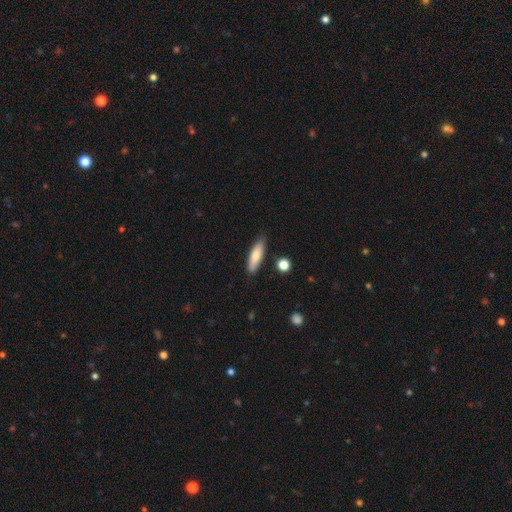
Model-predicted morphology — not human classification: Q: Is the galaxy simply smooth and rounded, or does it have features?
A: smooth — 73%.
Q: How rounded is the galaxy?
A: cigar-shaped — 60%.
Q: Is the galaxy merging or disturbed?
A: none — 83%.